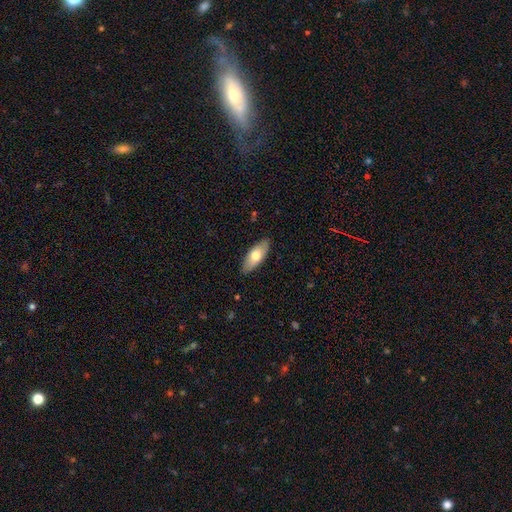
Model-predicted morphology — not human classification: A smooth galaxy with no disk features (69%) that is in between round and cigar-shaped (79%). Merging: none (86%).